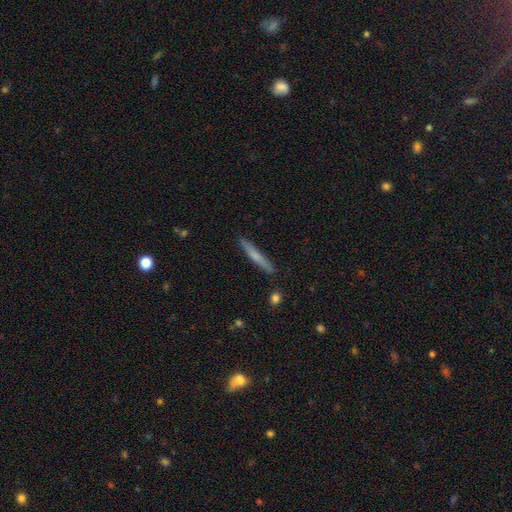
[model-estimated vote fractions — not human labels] Smooth or featured: smooth — 60% (featured or disk — 34%)
How rounded: cigar-shaped — 95% (in between — 3%)
Merging: none — 89% (minor disturbance — 8%)